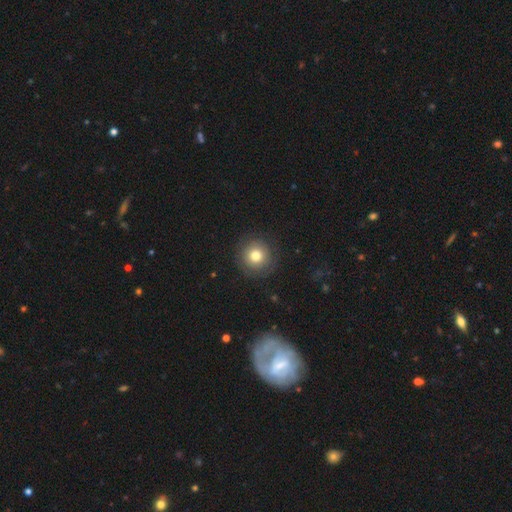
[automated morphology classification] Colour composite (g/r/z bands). It shows a smooth galaxy with no disk features (75%) that is round (95%). Merging: none (86%).